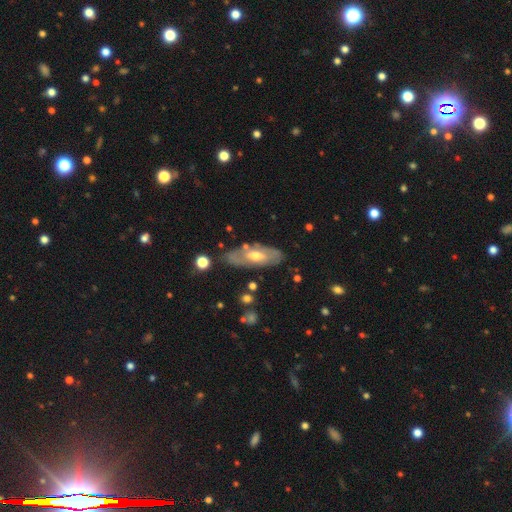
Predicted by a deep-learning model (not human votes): Smooth or featured: featured or disk — 59% (smooth — 35%)
Edge-on disk: no — 76% (yes — 24%)
Merging: none — 74% (minor disturbance — 18%)